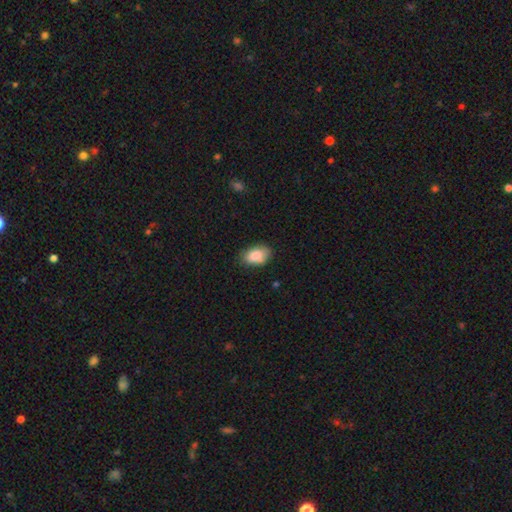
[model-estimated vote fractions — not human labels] A smooth galaxy with no disk features (86%) that is in between round and cigar-shaped (91%). Merging: none (75%).